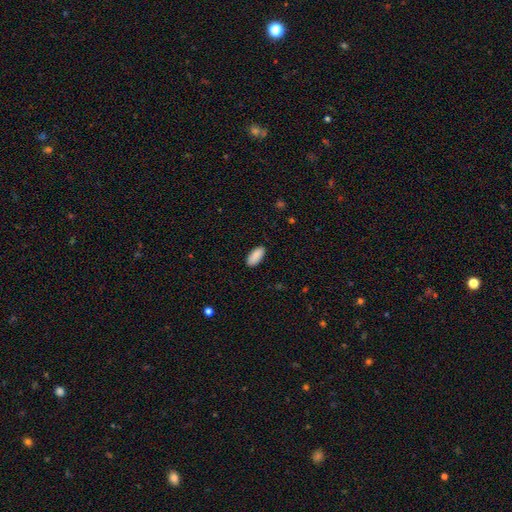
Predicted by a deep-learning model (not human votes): Smooth or featured: smooth — 90% (star or artifact — 6%)
How rounded: in between — 91% (cigar-shaped — 8%)
Merging: none — 87% (minor disturbance — 10%)